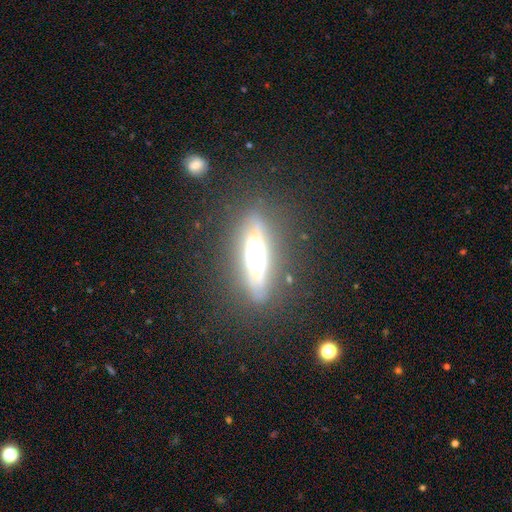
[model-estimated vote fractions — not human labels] smooth-or-featured: featured or disk: 64% | smooth: 25% | star or artifact: 10%
  disk-edge-on: yes: 78% | no: 22%
  merging: none: 78% | minor disturbance: 14% | major disturbance: 6% | merger: 2%